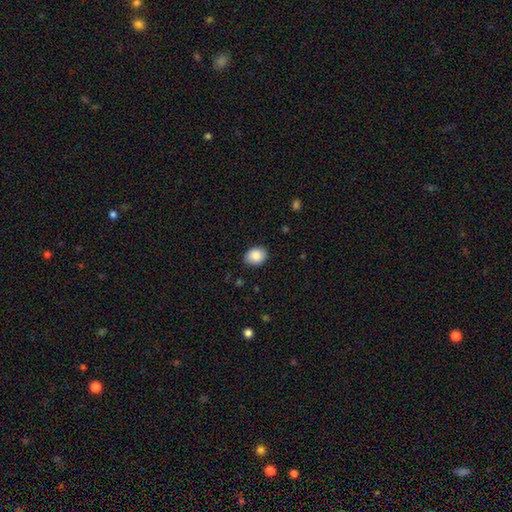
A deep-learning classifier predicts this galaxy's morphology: The model was most divided on "how rounded": in between: 58%, round: 41%, cigar-shaped: 1%. More confident: smooth or featured — smooth (88%); merging — none (85%).